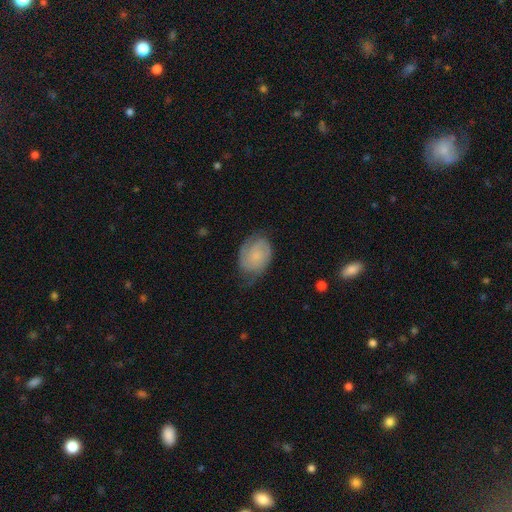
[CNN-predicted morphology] type=featured or disk (65%); edge-on=no (97%); bar=no (76%); spiral arms=yes (92%); winding=tight (55%); arm count=2 (61%); bulge=small (65%); merging=none (61%).